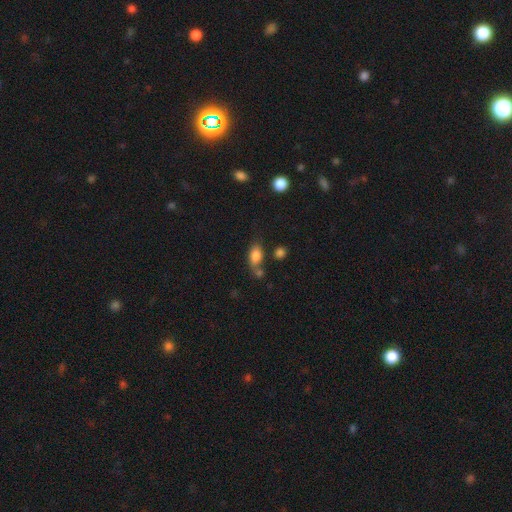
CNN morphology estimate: A smooth galaxy with no disk features (82%) that is in between round and cigar-shaped (85%). Merging: none (54%).